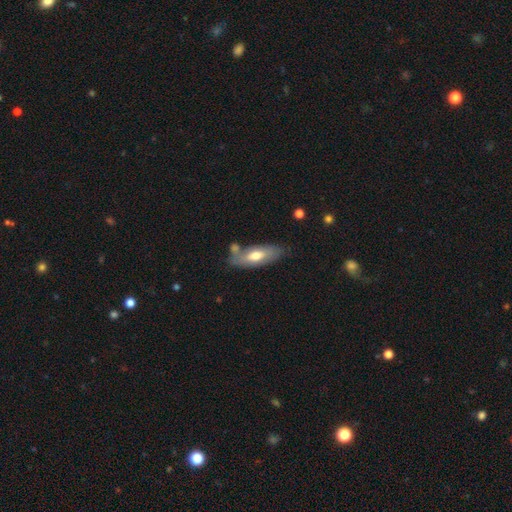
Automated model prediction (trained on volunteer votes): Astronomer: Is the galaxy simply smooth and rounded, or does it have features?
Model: smooth — 59% (runner-up: featured or disk, 36%).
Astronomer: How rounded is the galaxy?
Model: in between — 73%.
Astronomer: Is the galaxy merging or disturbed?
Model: none — 62%.